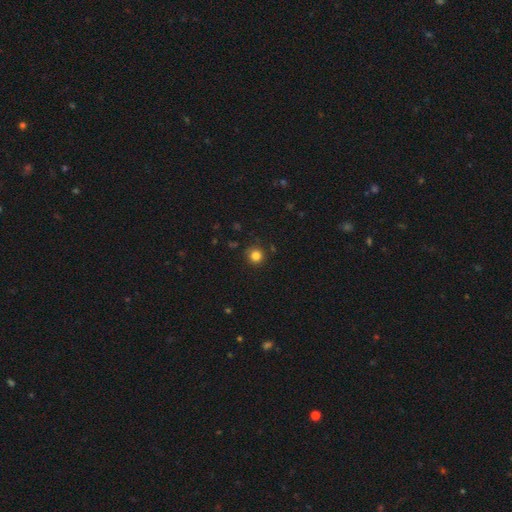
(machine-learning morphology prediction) Smooth or featured? Predicted: smooth (p=0.83). How rounded? Predicted: round (p=0.95). Merging? Predicted: none (p=0.88).